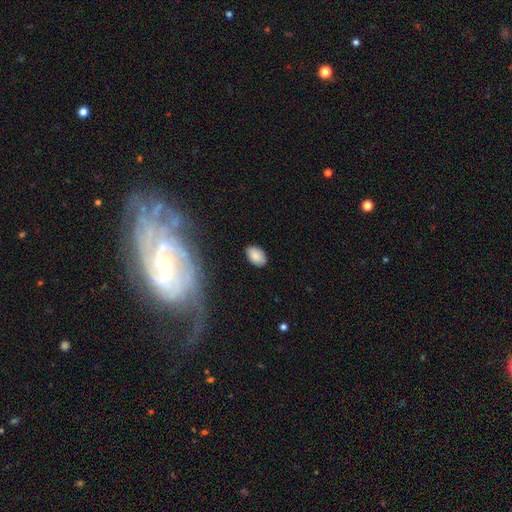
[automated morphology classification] Smooth or featured: smooth — 84% (star or artifact — 9%)
How rounded: in between — 90% (round — 8%)
Merging: none — 84% (minor disturbance — 12%)